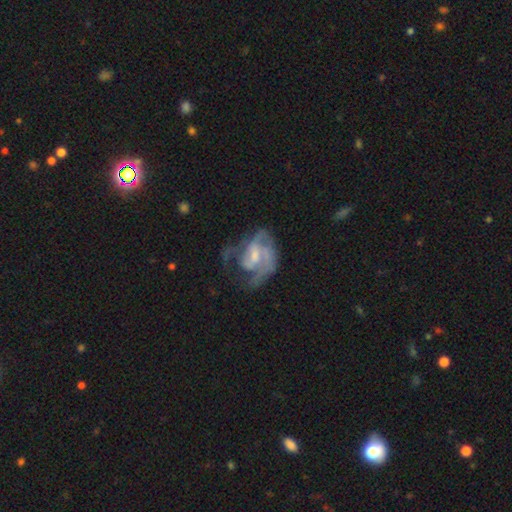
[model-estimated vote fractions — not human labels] Smooth or featured? featured or disk (75%)
Edge-on disk? no (97%)
Bar? weak (46%)
Spiral arms? yes (80%)
Spiral winding? medium (46%)
Spiral arm count? 2 (34%)
Bulge size? moderate (39%)
Merging? major disturbance (39%)